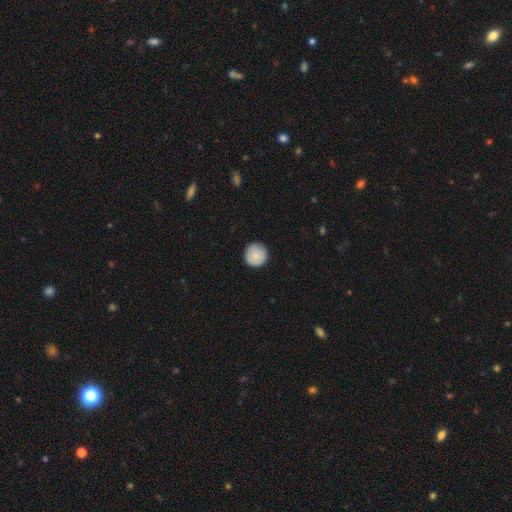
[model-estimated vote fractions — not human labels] Smooth or featured?
  - smooth: 84% *
  - featured or disk: 9%
  - star or artifact: 6%
How rounded?
  - round: 96% *
  - in between: 3%
  - cigar-shaped: 1%
Merging?
  - none: 91% *
  - minor disturbance: 7%
  - major disturbance: 1%
  - merger: 1%